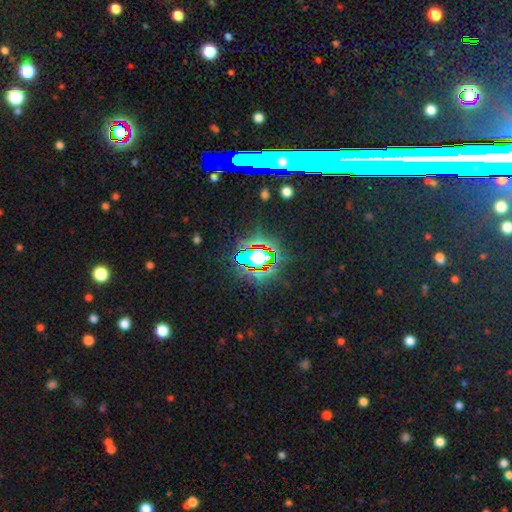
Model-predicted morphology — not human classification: A star or artifact, not a galaxy (69%).

Vote fractions:
- Smooth or featured? star or artifact: 69% / smooth: 19% / featured or disk: 12%